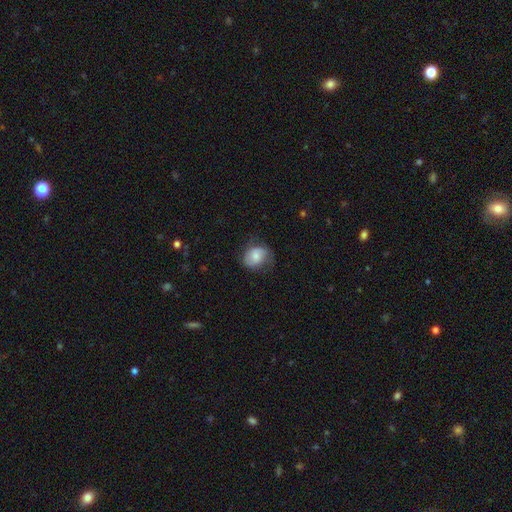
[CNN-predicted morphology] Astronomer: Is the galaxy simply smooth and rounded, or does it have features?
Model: smooth — 64%.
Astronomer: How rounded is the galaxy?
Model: round — 55% (runner-up: in between, 44%).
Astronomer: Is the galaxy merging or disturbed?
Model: none — 60%.